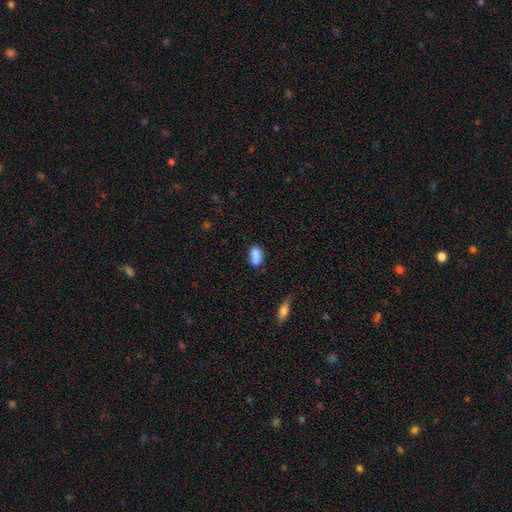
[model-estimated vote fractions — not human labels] Morphology: type=smooth (83%); roundness=in between (88%); merging=none (60%).